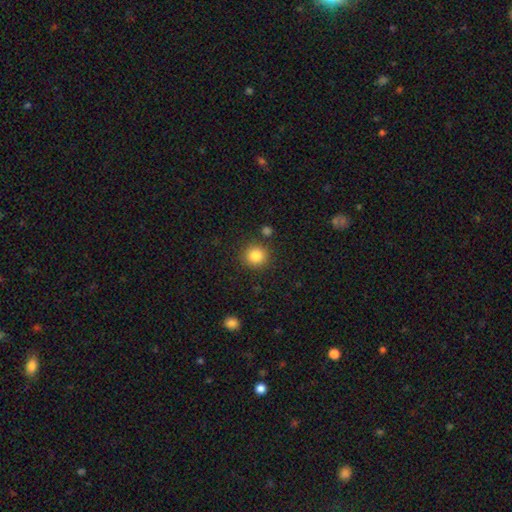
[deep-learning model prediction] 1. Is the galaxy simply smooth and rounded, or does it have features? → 84% smooth, 11% star or artifact, 5% featured or disk.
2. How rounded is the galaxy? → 92% round, 7% in between, 1% cigar-shaped.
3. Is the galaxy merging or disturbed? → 87% none, 7% minor disturbance, 3% merger, 2% major disturbance.